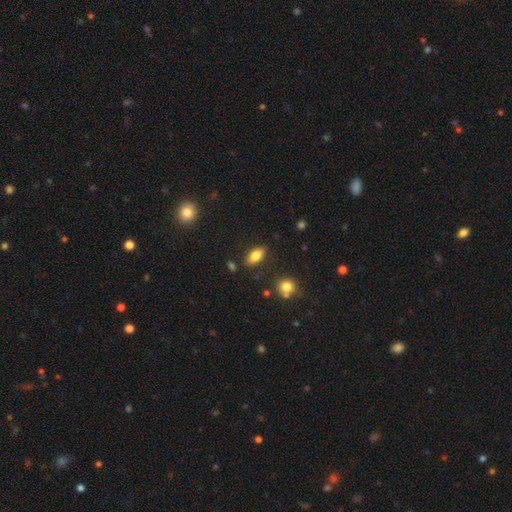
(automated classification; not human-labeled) smooth-or-featured: smooth: 82% | featured or disk: 10% | star or artifact: 8%
  how-rounded: in between: 89% | cigar-shaped: 7% | round: 4%
  merging: none: 84% | minor disturbance: 10% | merger: 3% | major disturbance: 3%